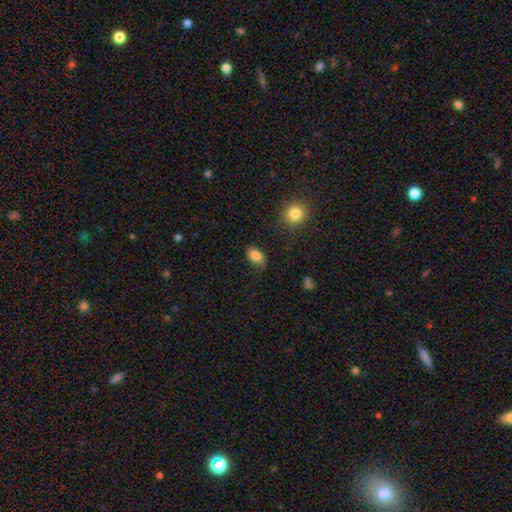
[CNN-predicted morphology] smooth-or-featured: smooth: 84% | featured or disk: 8% | star or artifact: 8%
  how-rounded: in between: 89% | round: 8% | cigar-shaped: 3%
  merging: none: 73% | minor disturbance: 20% | major disturbance: 4% | merger: 2%